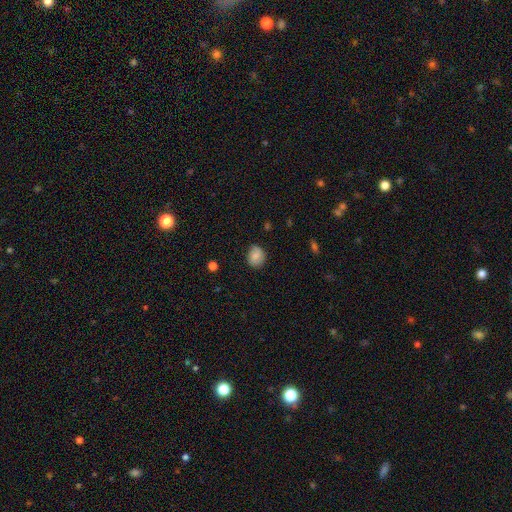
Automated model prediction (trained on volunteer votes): The model was most divided on "how rounded": round: 62%, in between: 37%, cigar-shaped: 1%. More confident: smooth or featured — smooth (78%); merging — none (77%).